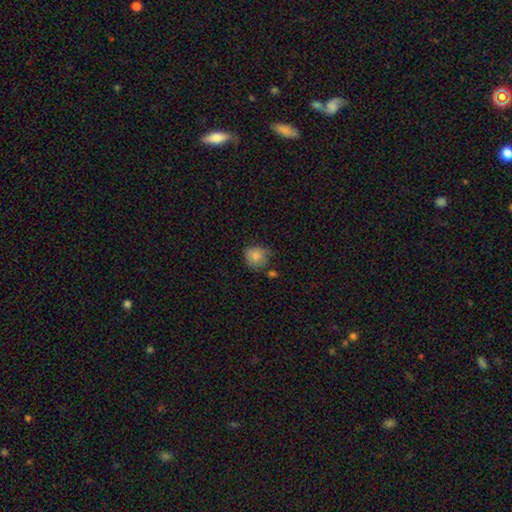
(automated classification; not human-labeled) Smooth or featured? Predicted: smooth (p=0.82). How rounded? Predicted: round (p=0.82). Merging? Predicted: none (p=0.59).